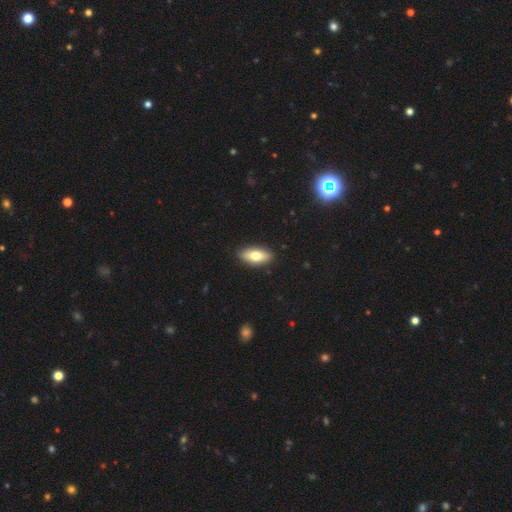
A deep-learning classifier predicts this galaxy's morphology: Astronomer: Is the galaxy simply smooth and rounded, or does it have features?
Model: smooth — 76%.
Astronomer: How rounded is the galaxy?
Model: in between — 84%.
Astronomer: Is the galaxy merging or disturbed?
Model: none — 89%.